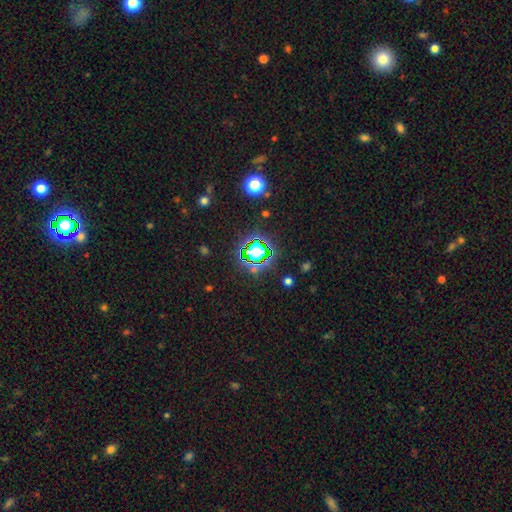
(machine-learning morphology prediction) Smooth or featured?
  - star or artifact: 73% *
  - smooth: 17%
  - featured or disk: 10%